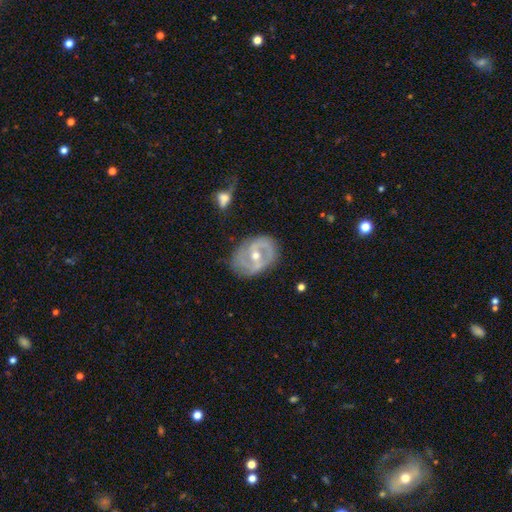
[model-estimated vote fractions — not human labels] This is clearly a featured or disk galaxy (83%). It is clearly not viewed edge-on (96%). Bar: marginally weak (42%). Spiral arm pattern: clearly yes (81%). Spiral arm count: likely 2 (78%). Spiral winding: marginally medium (42%). Central bulge: likely moderate (67%). Merging: likely none (74%).